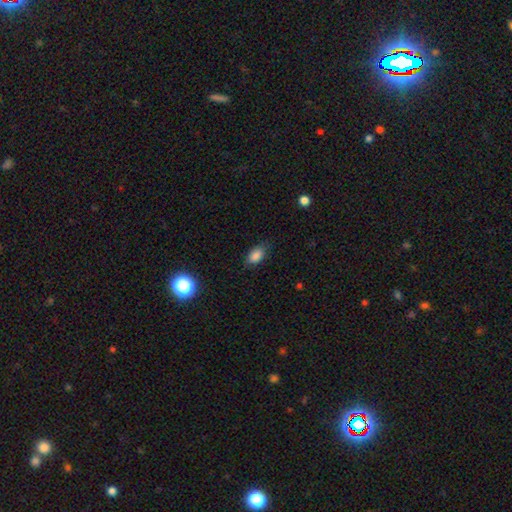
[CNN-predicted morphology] The model was most divided on "merging": none: 77%, minor disturbance: 18%, major disturbance: 4%, merger: 1%. More confident: how rounded — in between (87%); smooth or featured — smooth (85%).